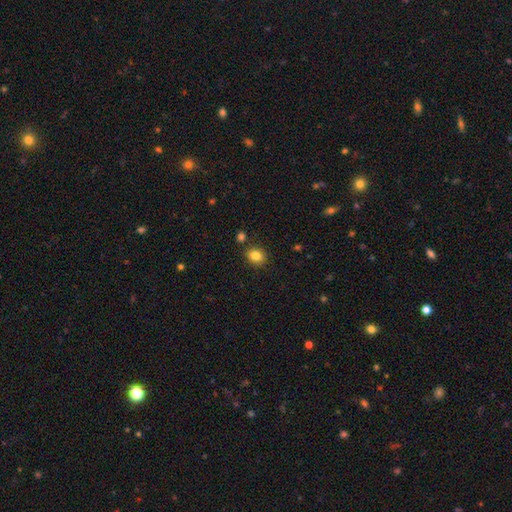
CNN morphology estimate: This is clearly a smooth galaxy (83%). How rounded: possibly round (53%). Merging: clearly none (84%).